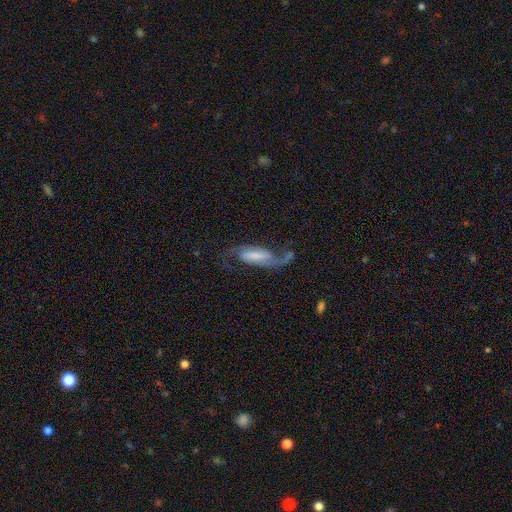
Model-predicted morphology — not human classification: A featured or disk galaxy (79%) with a strong bar (39%), 2 (87%) loose (59%) spiral arms (95%) and a small central bulge (39%).

Vote fractions:
- Smooth or featured? featured or disk: 79% / smooth: 15% / star or artifact: 6%
- Edge-on disk? no: 93% / yes: 7%
- Bar? strong: 39% / weak: 37% / no: 24%
- Spiral arms? yes: 95% / no: 5%
- Spiral winding? loose: 59% / medium: 32% / tight: 9%
- Spiral arm count? 2: 87% / 1: 7% / can't tell: 3% / 3: 1% / 4: 1% / more than 4: 1%
- Bulge size? small: 39% / moderate: 24% / none: 22% / large: 11% / dominant: 3%
- Merging? none: 58% / major disturbance: 20% / minor disturbance: 17% / merger: 5%